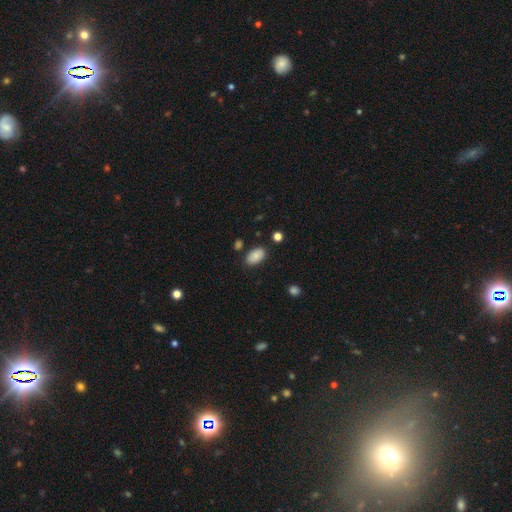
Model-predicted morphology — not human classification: Smooth or featured?
  - smooth: 87% *
  - star or artifact: 8%
  - featured or disk: 5%
How rounded?
  - in between: 93% *
  - round: 6%
  - cigar-shaped: 1%
Merging?
  - none: 82% *
  - minor disturbance: 12%
  - merger: 3%
  - major disturbance: 3%